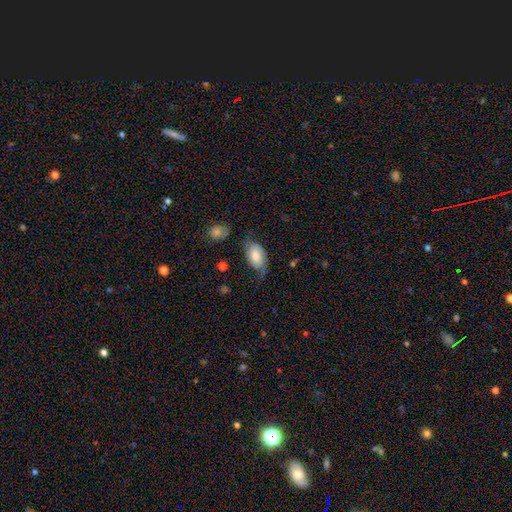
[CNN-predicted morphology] Smooth or featured? Predicted: smooth (p=0.54). How rounded? Predicted: in between (p=0.92). Merging? Predicted: none (p=0.46).